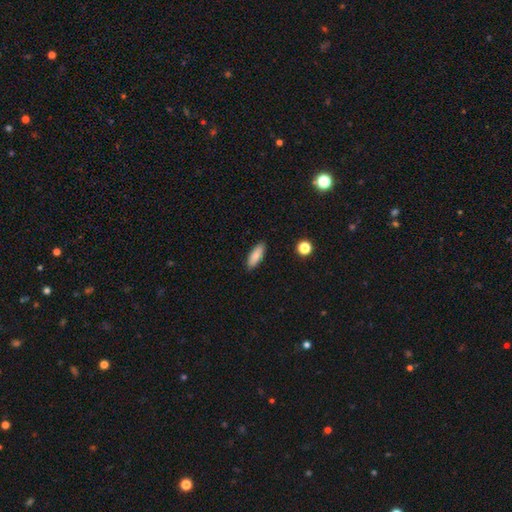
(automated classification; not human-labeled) A smooth galaxy with no disk features (84%) that is in between round and cigar-shaped (61%). Merging: none (89%).